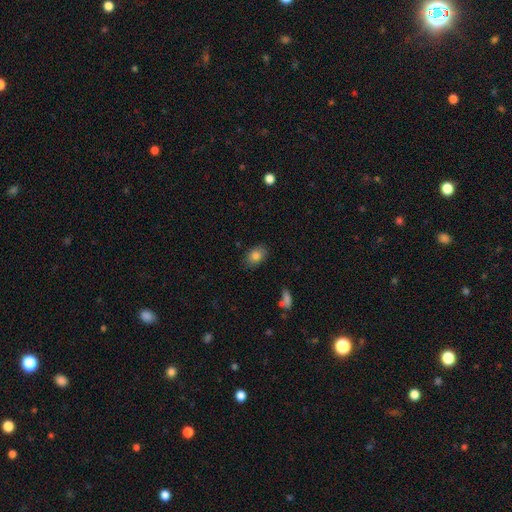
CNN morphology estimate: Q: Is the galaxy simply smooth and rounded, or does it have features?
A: smooth — 82%.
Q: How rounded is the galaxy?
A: in between — 82%.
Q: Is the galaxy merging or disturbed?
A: none — 83%.